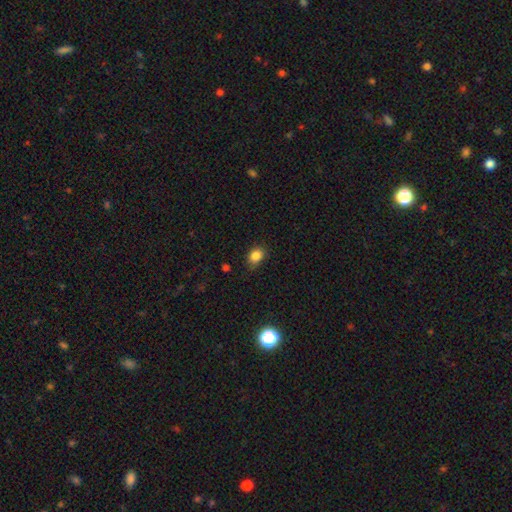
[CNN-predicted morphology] Smooth or featured: smooth — 85% (star or artifact — 11%)
How rounded: in between — 55% (round — 44%)
Merging: none — 78% (minor disturbance — 18%)